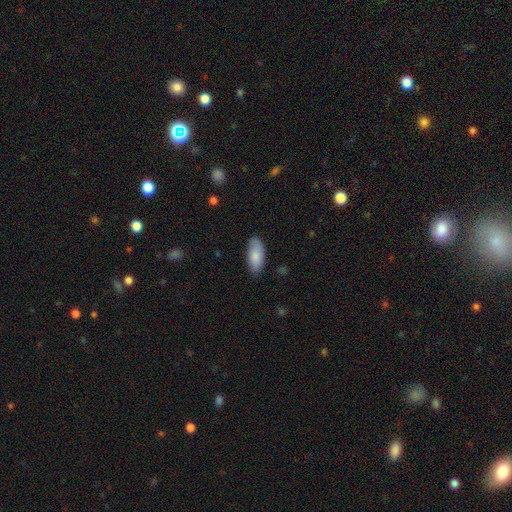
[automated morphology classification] type=smooth (83%); roundness=in between (87%); merging=none (80%).